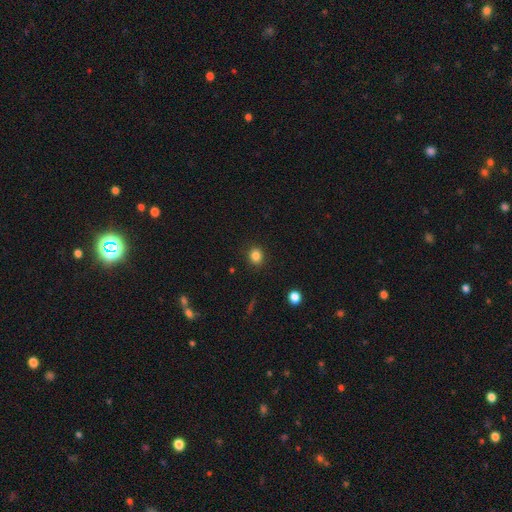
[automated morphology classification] This is clearly a smooth galaxy (85%). How rounded: likely round (76%). Merging: clearly none (89%).